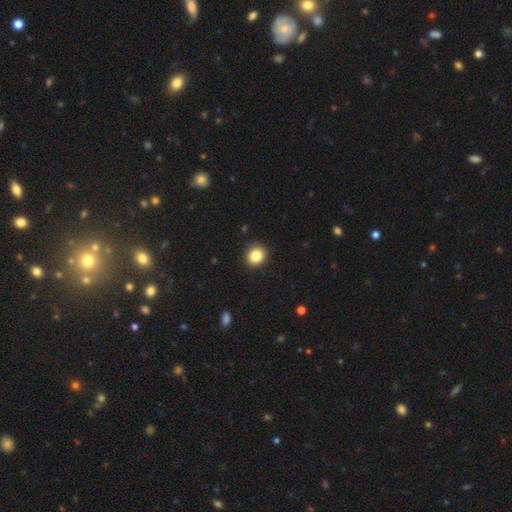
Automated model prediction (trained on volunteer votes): Smooth or featured?
  - smooth: 85% *
  - star or artifact: 10%
  - featured or disk: 5%
How rounded?
  - round: 83% *
  - in between: 16%
  - cigar-shaped: 1%
Merging?
  - none: 90% *
  - minor disturbance: 7%
  - major disturbance: 2%
  - merger: 1%